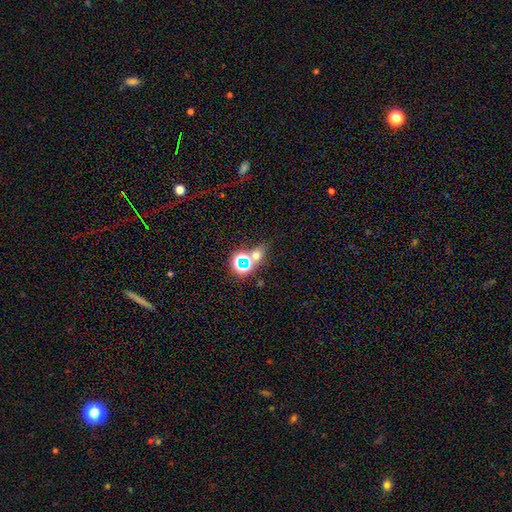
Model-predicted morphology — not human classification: This is possibly a smooth galaxy (46%). Merging: possibly none (59%).